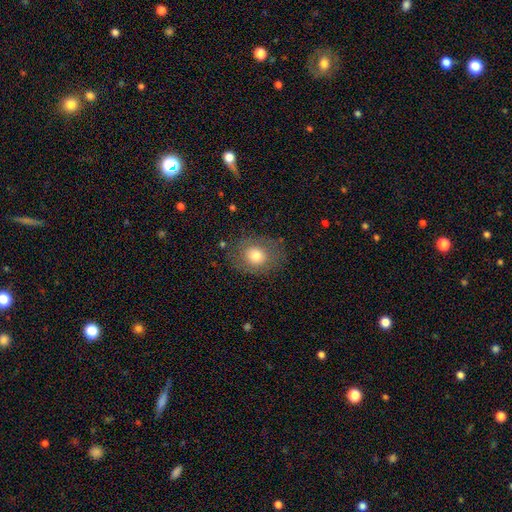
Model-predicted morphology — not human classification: A smooth galaxy with no disk features (71%) that is round (51%). Merging: none (77%).